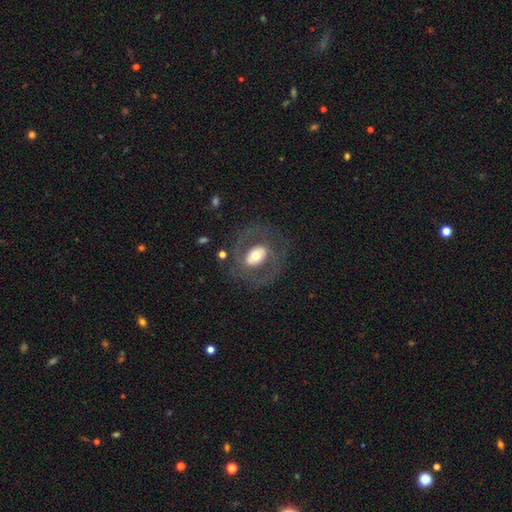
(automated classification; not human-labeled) The model was most divided on "spiral arms": no: 61%, yes: 39%. More confident: edge-on disk — no (94%); merging — none (73%); smooth or featured — featured or disk (59%); bulge size — moderate (59%); bar — no (53%).